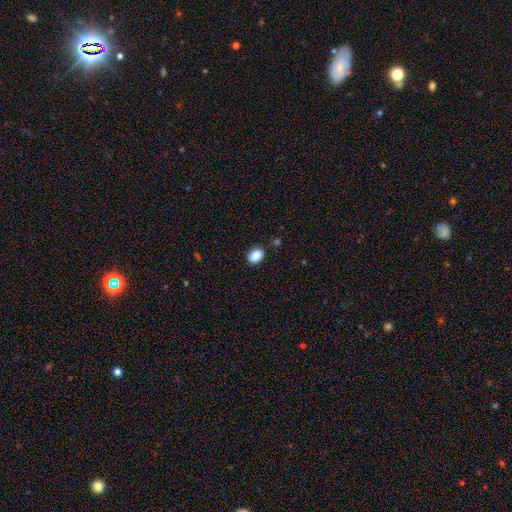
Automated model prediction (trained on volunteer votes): Overall: smooth (89%). How rounded: in between (78%). Merging: none (87%).